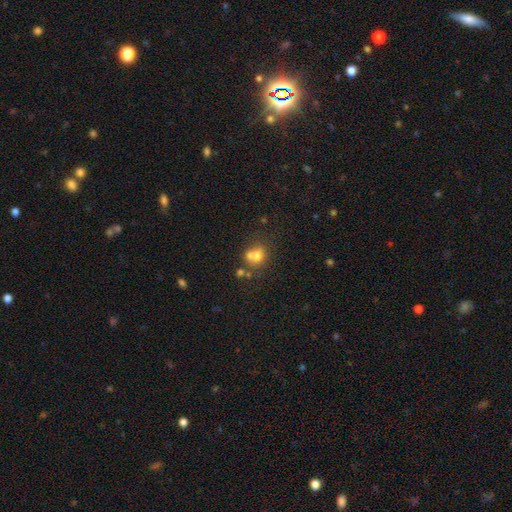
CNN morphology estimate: Smooth or featured?
  - smooth: 66% *
  - featured or disk: 19%
  - star or artifact: 15%
How rounded?
  - round: 73% *
  - in between: 26%
  - cigar-shaped: 1%
Merging?
  - merger: 49% *
  - none: 37%
  - minor disturbance: 10%
  - major disturbance: 5%